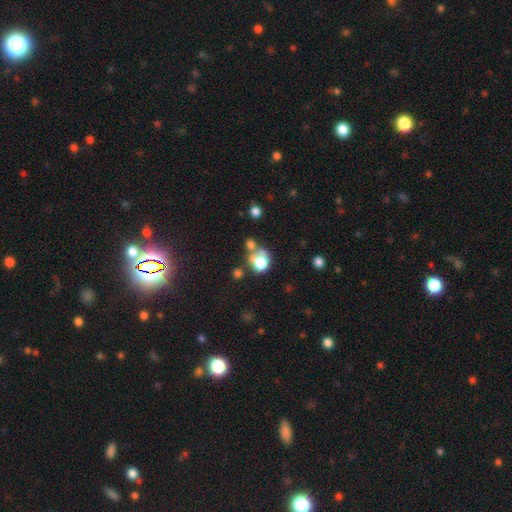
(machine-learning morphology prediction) This appears to be a smooth galaxy with no disk features (60%) that is round (75%). Merging: none (48%).